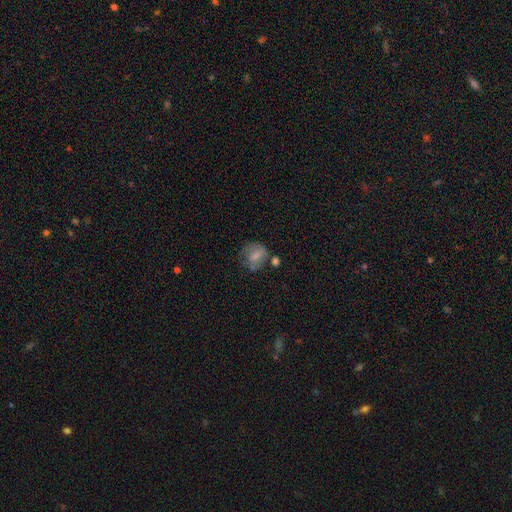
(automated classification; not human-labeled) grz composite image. It shows a smooth galaxy with no disk features (64%) that is round (59%). Merging: none (46%).